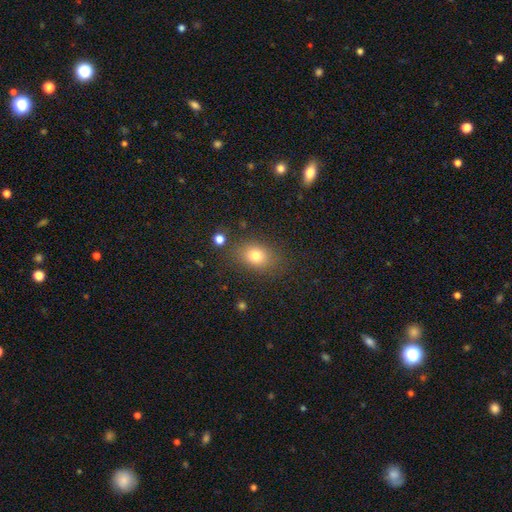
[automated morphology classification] Overall: smooth (78%). How rounded: in between (59%; round 39%). Merging: none (81%).